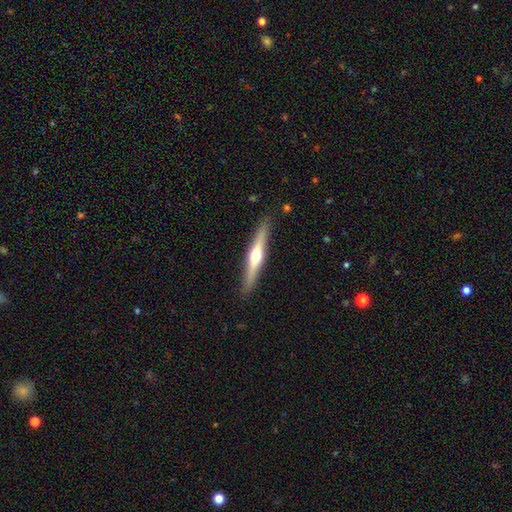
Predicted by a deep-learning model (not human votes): A featured or disk galaxy (65%) viewed edge-on (97%) with a rounded central bulge (91%).

Vote fractions:
- Smooth or featured? featured or disk: 65% / smooth: 30% / star or artifact: 5%
- Edge-on disk? yes: 97% / no: 3%
- Edge-on bulge? rounded: 91% / none: 6% / boxy: 3%
- Merging? none: 90% / minor disturbance: 7% / major disturbance: 2% / merger: 1%